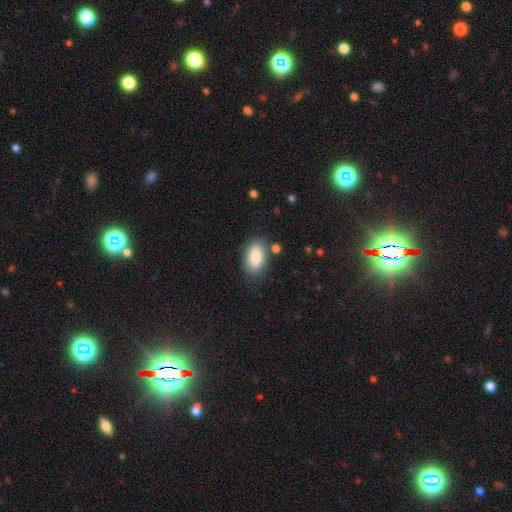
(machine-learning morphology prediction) The model was most divided on "merging": none: 73%, minor disturbance: 16%, major disturbance: 5%, merger: 5%. More confident: how rounded — in between (93%); smooth or featured — smooth (85%).